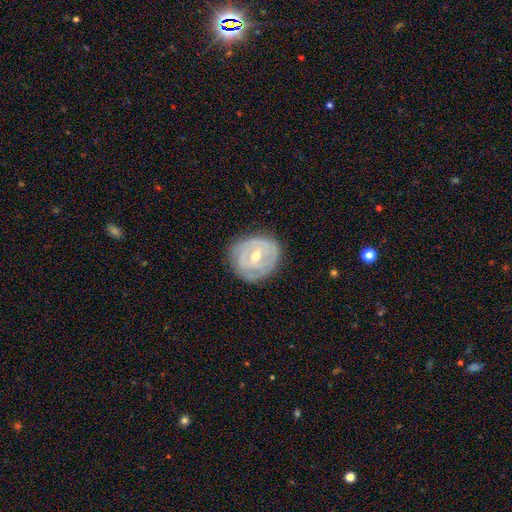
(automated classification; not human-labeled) Morphology: type=featured or disk (76%); edge-on=no (97%); bar=no (46%); spiral arms=yes (79%); winding=tight (73%); arm count=can't tell (40%); bulge=moderate (59%); merging=none (75%).